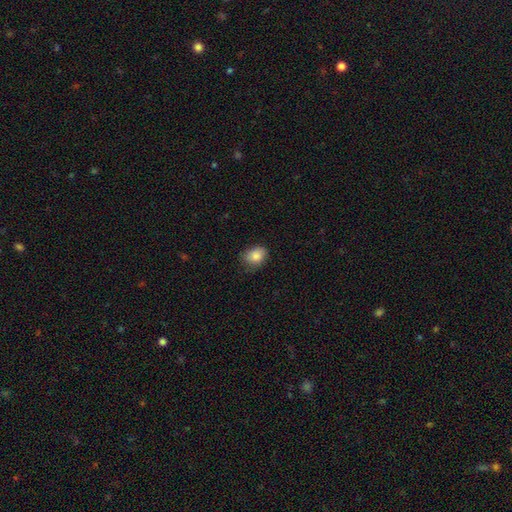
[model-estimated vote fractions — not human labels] smooth-or-featured: smooth: 86% | star or artifact: 8% | featured or disk: 6%
  how-rounded: in between: 68% | round: 31% | cigar-shaped: 1%
  merging: none: 72% | minor disturbance: 22% | major disturbance: 4% | merger: 1%